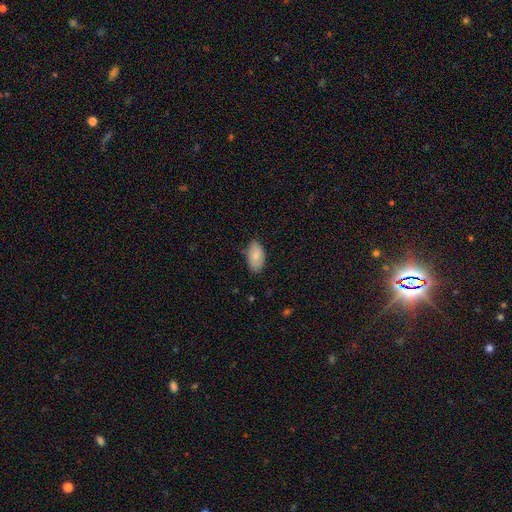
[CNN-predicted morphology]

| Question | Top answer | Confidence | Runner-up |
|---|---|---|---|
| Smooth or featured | smooth | 83% | featured or disk (10%) |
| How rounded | in between | 94% | round (4%) |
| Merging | none | 77% | minor disturbance (18%) |